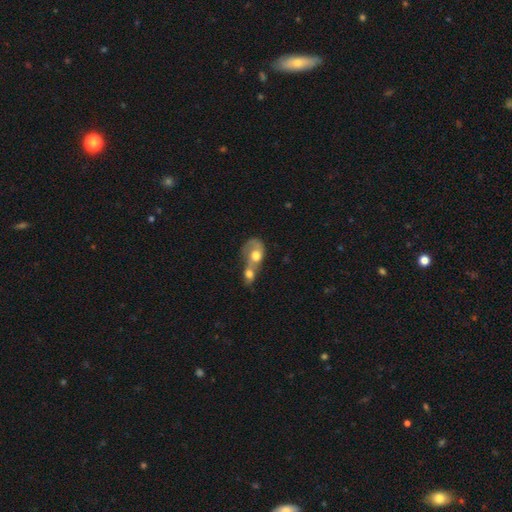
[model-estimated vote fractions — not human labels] Morphology: type=smooth (52%); roundness=in between (56%); merging=merger (85%).